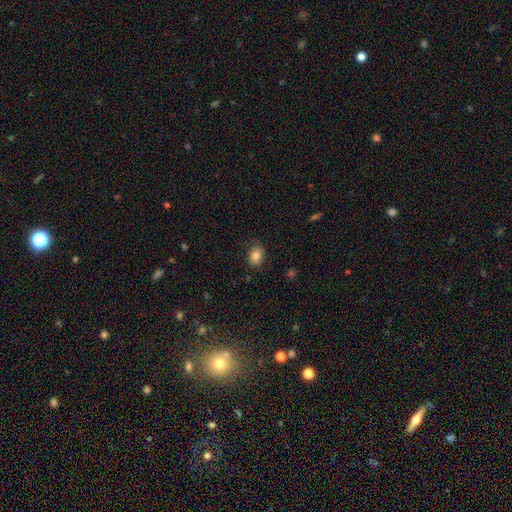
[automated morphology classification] This appears to be a smooth galaxy with no disk features (82%) that is in between round and cigar-shaped (67%). Merging: none (81%).